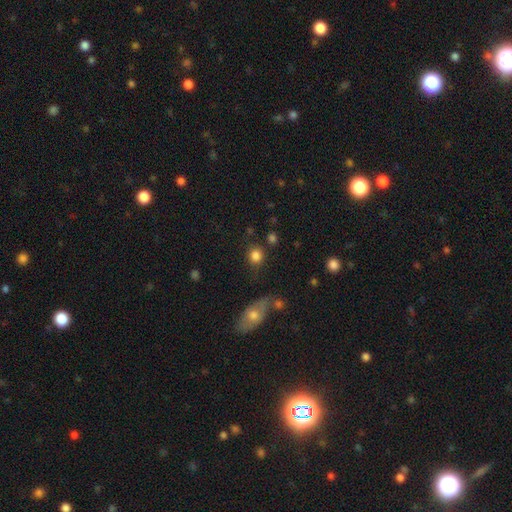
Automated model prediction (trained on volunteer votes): Smooth or featured?
  - smooth: 83% *
  - star or artifact: 10%
  - featured or disk: 7%
How rounded?
  - round: 81% *
  - in between: 18%
  - cigar-shaped: 1%
Merging?
  - none: 78% *
  - minor disturbance: 10%
  - merger: 7%
  - major disturbance: 4%